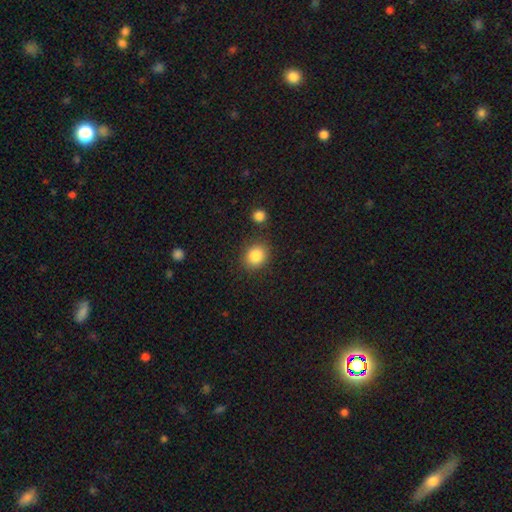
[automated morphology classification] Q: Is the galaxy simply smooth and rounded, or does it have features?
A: smooth — 85%.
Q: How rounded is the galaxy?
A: round — 68%.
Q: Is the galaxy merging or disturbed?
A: none — 83%.